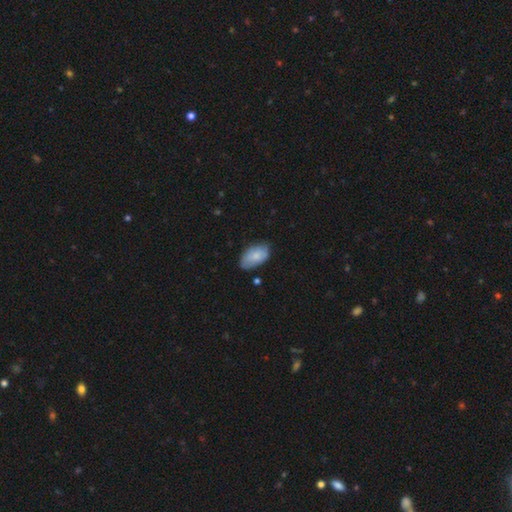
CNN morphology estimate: smooth-or-featured: smooth: 79% | featured or disk: 15% | star or artifact: 6%
  how-rounded: in between: 94% | round: 4% | cigar-shaped: 2%
  merging: none: 69% | minor disturbance: 25% | major disturbance: 4% | merger: 2%